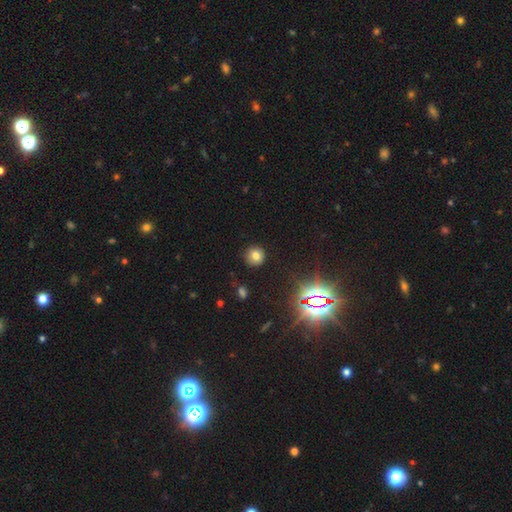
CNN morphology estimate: This is likely a smooth galaxy (73%). How rounded: clearly round (91%). Merging: clearly none (89%).